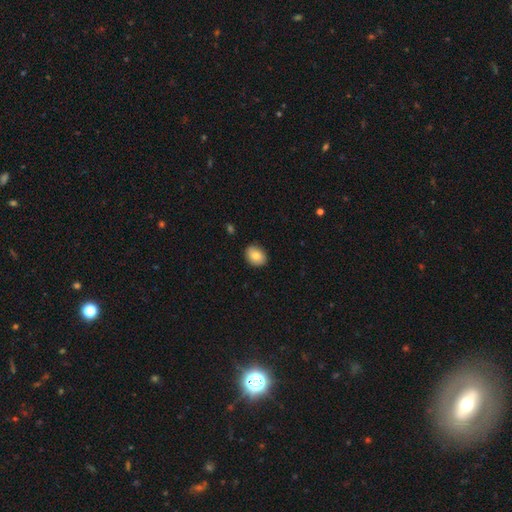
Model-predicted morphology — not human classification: type=smooth (81%); roundness=in between (68%); merging=none (88%).